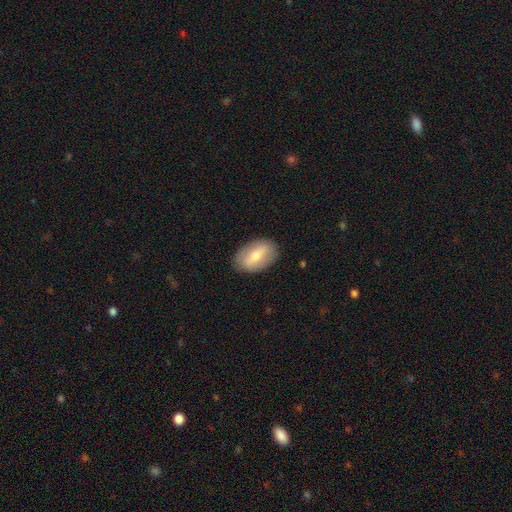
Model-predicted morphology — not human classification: smooth-or-featured: smooth: 59% | featured or disk: 35% | star or artifact: 6%
  how-rounded: in between: 89% | round: 8% | cigar-shaped: 2%
  merging: none: 85% | minor disturbance: 11% | major disturbance: 3% | merger: 1%